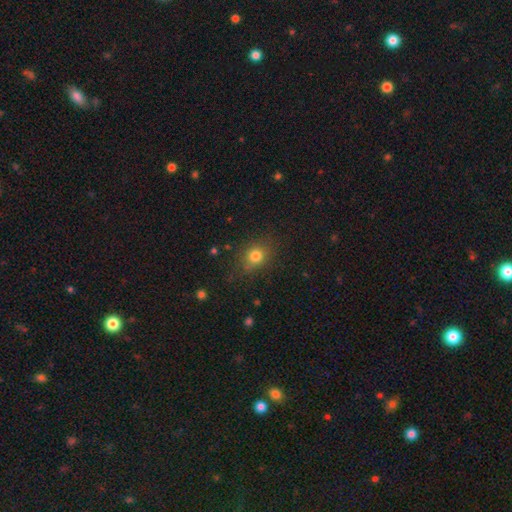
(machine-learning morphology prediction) Overall: smooth (79%). How rounded: round (64%; in between 35%). Merging: none (79%).